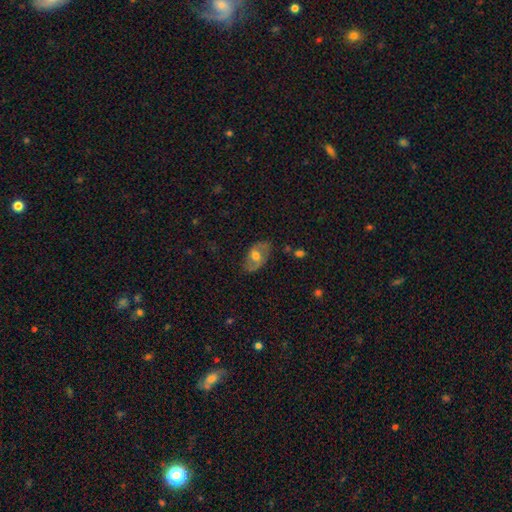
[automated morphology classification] Smooth or featured: featured or disk — 53% (smooth — 40%)
Edge-on disk: no — 91% (yes — 9%)
Merging: none — 77% (minor disturbance — 17%)